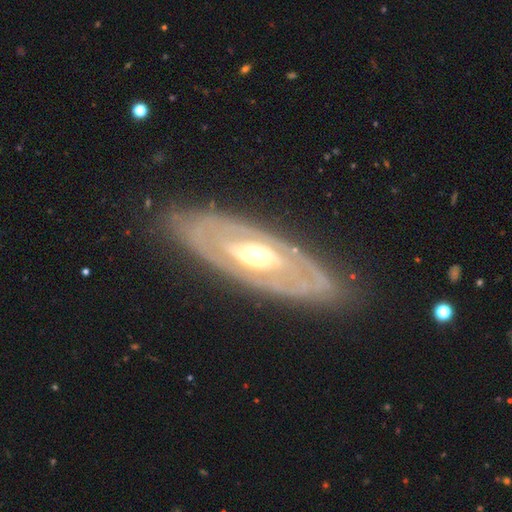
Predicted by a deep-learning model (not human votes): A featured or disk galaxy (82%) with no bar (63%), spiral arms (56%) and a moderate central bulge (70%). Merging: none (80%).